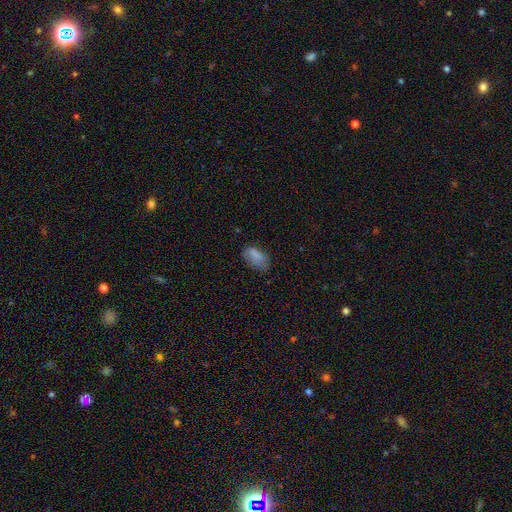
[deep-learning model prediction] smooth 79%, featured or disk 12%, star or artifact 10%. Down the decision tree: how rounded — in between (90%); merging — none (58%).